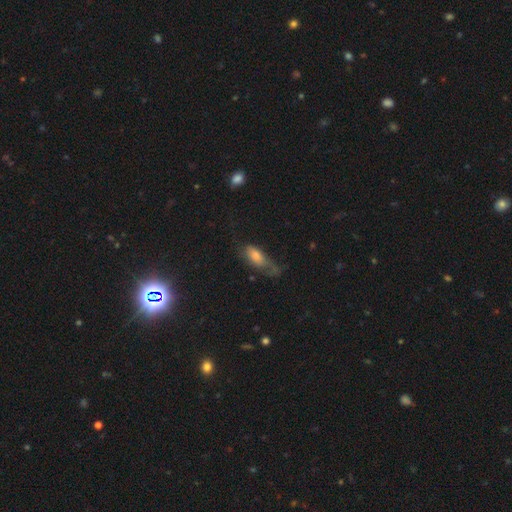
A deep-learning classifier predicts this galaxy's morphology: The model was most divided on "merging": none: 36%, major disturbance: 32%, minor disturbance: 29%, merger: 3%. More confident: how rounded — in between (75%); smooth or featured — smooth (57%).